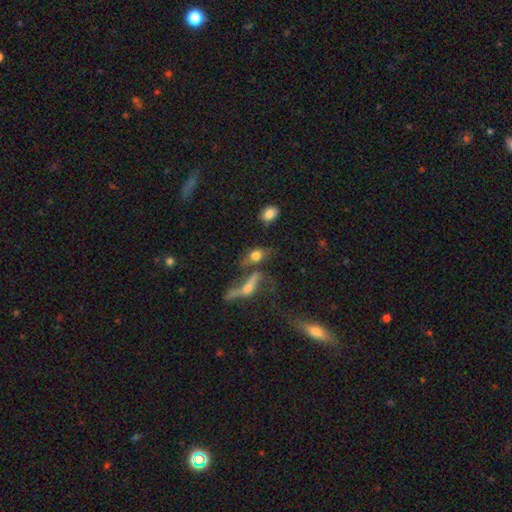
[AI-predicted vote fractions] Overall: smooth (60%; featured or disk 27%). How rounded: in between (73%). Merging: none (37%; merger 33%).